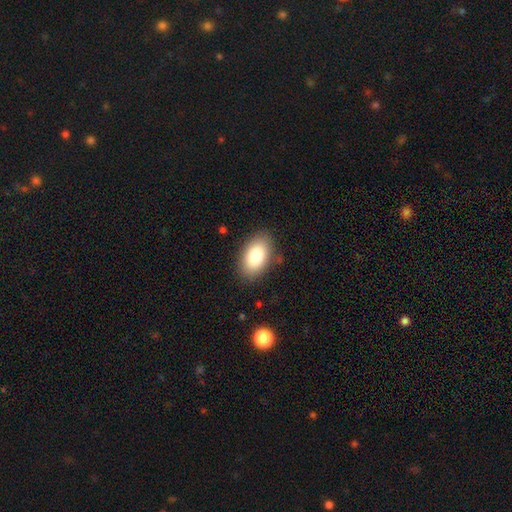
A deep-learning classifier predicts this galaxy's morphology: Q: Smooth or featured?
A: smooth (85%); runner-up: featured or disk (8%)
Q: How rounded?
A: in between (94%); runner-up: round (5%)
Q: Merging?
A: none (85%); runner-up: minor disturbance (11%)